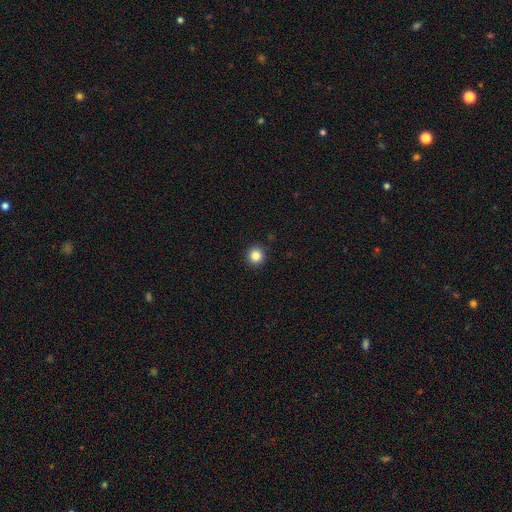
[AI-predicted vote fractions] Smooth or featured? Predicted: smooth (p=0.85). How rounded? Predicted: round (p=0.95). Merging? Predicted: none (p=0.92).